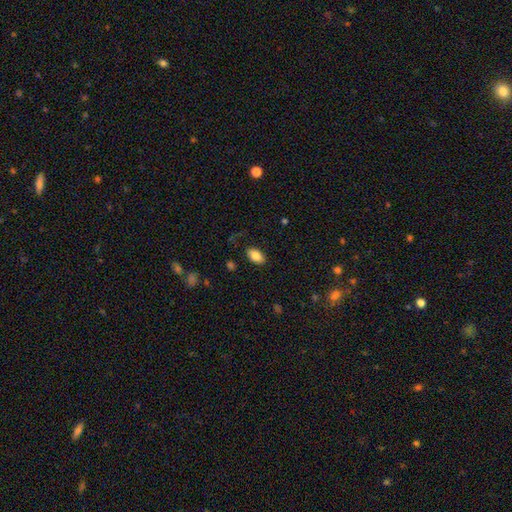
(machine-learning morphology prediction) type=smooth (84%); roundness=in between (92%); merging=none (85%).